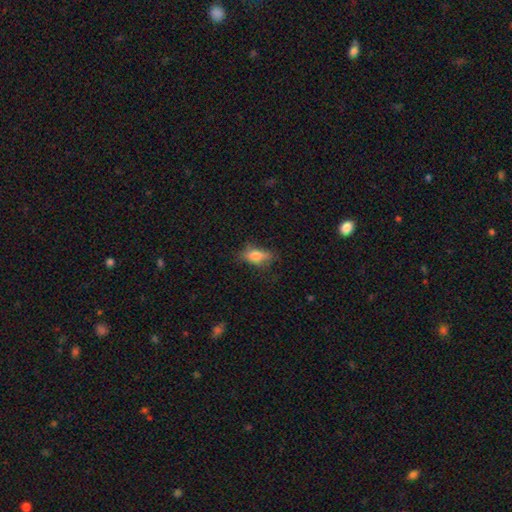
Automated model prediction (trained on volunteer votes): This is likely a smooth galaxy (74%). How rounded: clearly in between (81%). Merging: possibly none (59%).